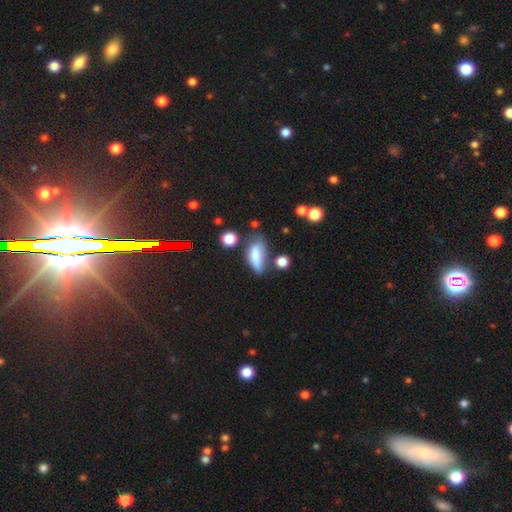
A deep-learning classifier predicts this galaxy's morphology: A smooth galaxy with no disk features (74%) that is in between round and cigar-shaped (77%).

Vote fractions:
- Smooth or featured? smooth: 74% / featured or disk: 17% / star or artifact: 9%
- How rounded? in between: 77% / cigar-shaped: 19% / round: 4%
- Merging? none: 48% / minor disturbance: 31% / major disturbance: 12% / merger: 9%